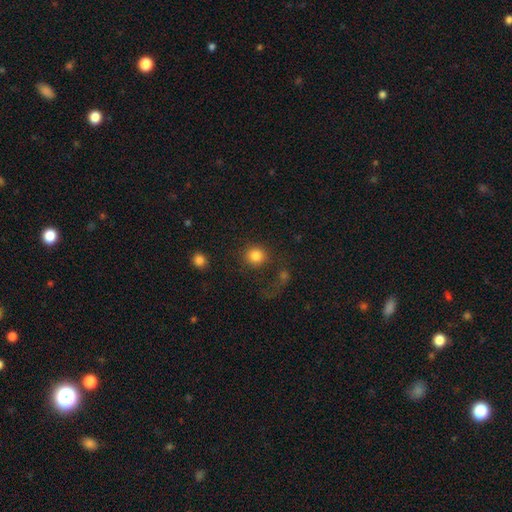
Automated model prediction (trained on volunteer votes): This appears to be a smooth galaxy with no disk features (84%) that is round (90%). Merging: none (76%).